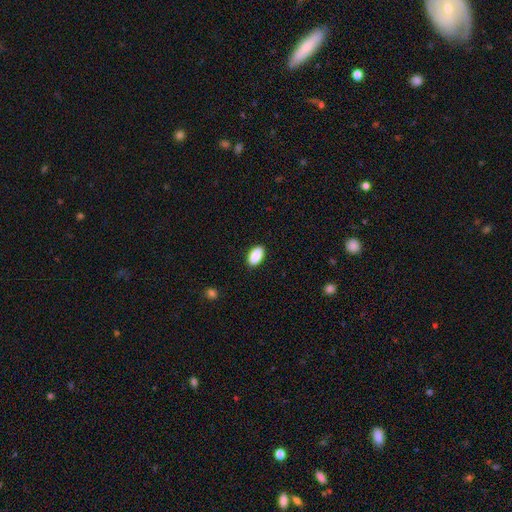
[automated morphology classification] Smooth or featured: smooth — 90% (star or artifact — 7%)
How rounded: in between — 94% (round — 3%)
Merging: none — 89% (minor disturbance — 8%)